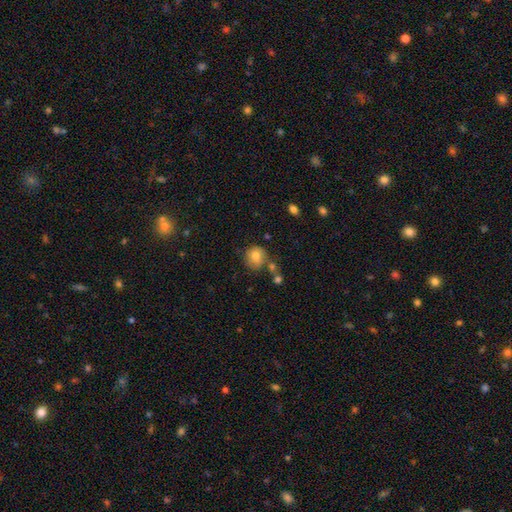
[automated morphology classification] This is likely a smooth galaxy (77%). How rounded: clearly round (80%). Merging: likely none (61%).